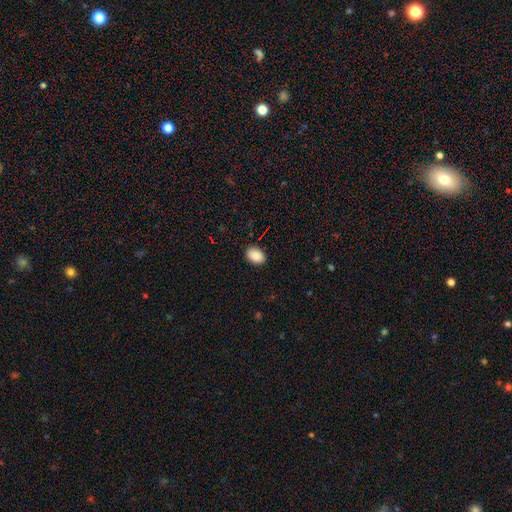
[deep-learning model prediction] A smooth galaxy with no disk features (89%) that is in between round and cigar-shaped (81%).

Vote fractions:
- Smooth or featured? smooth: 89% / star or artifact: 8% / featured or disk: 4%
- How rounded? in between: 81% / round: 18% / cigar-shaped: 1%
- Merging? none: 89% / minor disturbance: 8% / major disturbance: 2% / merger: 1%